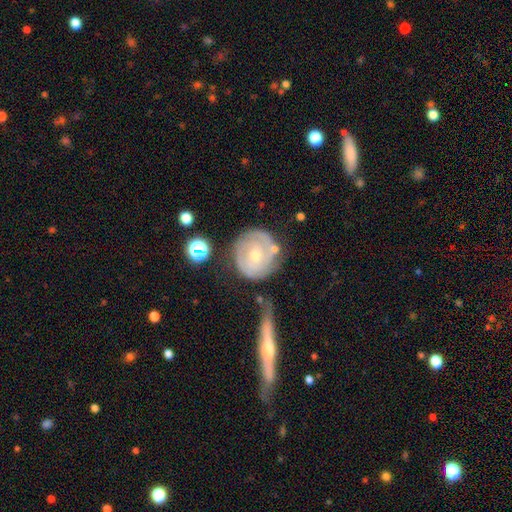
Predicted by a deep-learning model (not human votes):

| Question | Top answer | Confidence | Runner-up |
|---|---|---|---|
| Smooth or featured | featured or disk | 70% | smooth (23%) |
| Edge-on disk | no | 97% | yes (3%) |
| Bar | no | 71% | weak (23%) |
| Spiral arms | yes | 82% | no (18%) |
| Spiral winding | tight | 72% | medium (21%) |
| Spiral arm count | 2 | 39% | can't tell (37%) |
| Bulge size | small | 61% | moderate (36%) |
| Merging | none | 60% | minor disturbance (20%) |